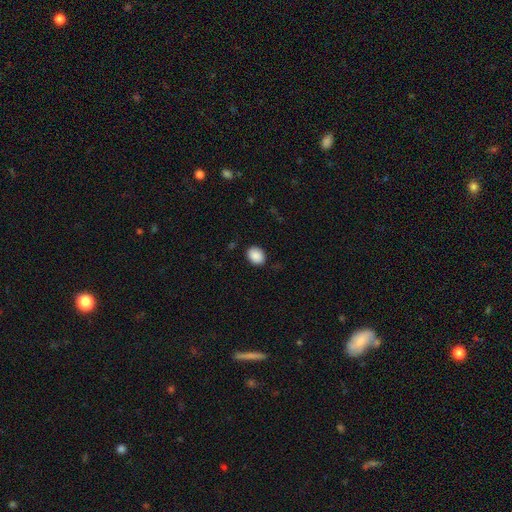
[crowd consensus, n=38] A smooth galaxy with no disk features (89%) that is in between round and cigar-shaped (71%). Merging: none (85%).